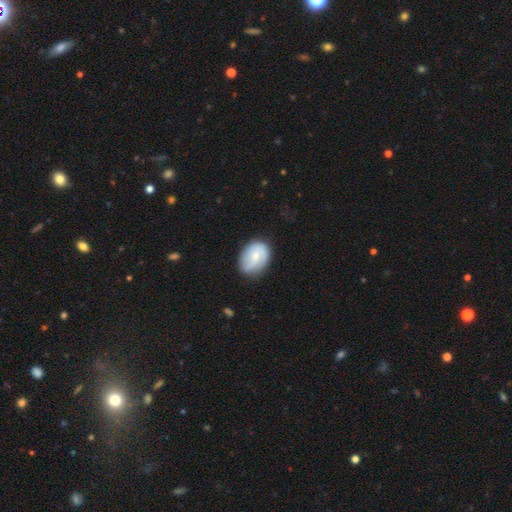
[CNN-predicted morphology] smooth_or_featured: smooth (p=0.50) [alt: featured or disk p=0.44]
merging: none (p=0.69) [alt: minor disturbance p=0.23]